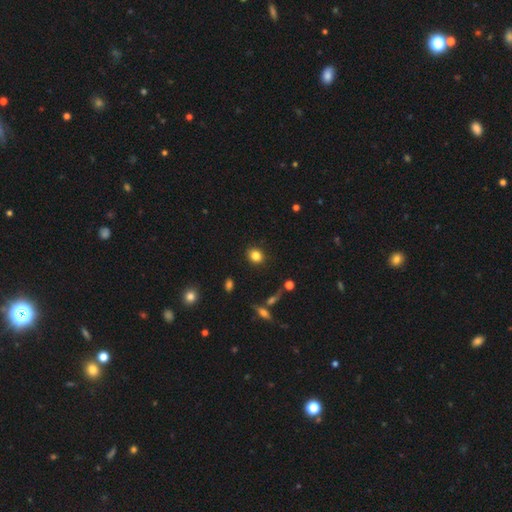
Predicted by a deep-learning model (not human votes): Q: Smooth or featured?
A: smooth (84%); runner-up: star or artifact (11%)
Q: How rounded?
A: round (66%); runner-up: in between (33%)
Q: Merging?
A: none (89%); runner-up: minor disturbance (7%)